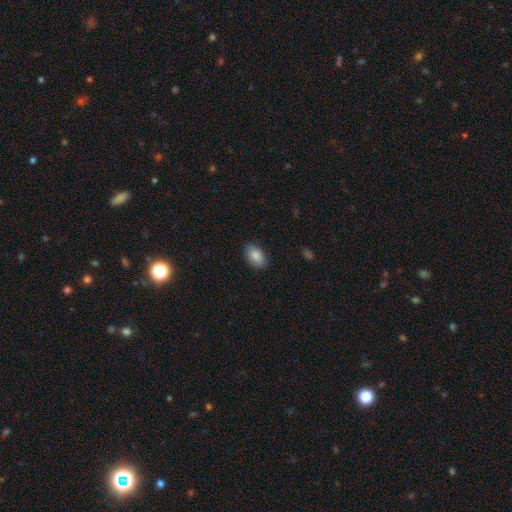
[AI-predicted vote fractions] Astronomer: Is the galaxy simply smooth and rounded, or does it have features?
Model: smooth — 87%.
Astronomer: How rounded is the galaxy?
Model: in between — 91%.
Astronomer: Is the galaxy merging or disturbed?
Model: none — 83%.